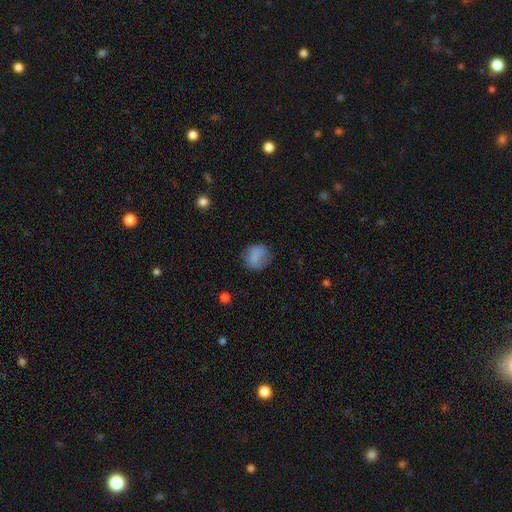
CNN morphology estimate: Smooth or featured? smooth (79%)
How rounded? round (72%)
Merging? none (66%)